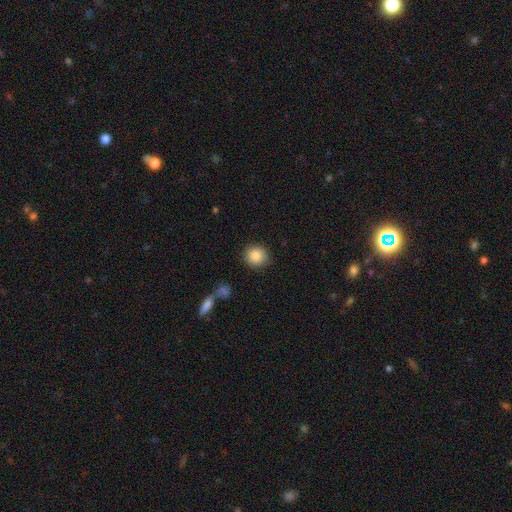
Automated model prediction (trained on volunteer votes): Smooth or featured? smooth (87%)
How rounded? round (90%)
Merging? none (87%)